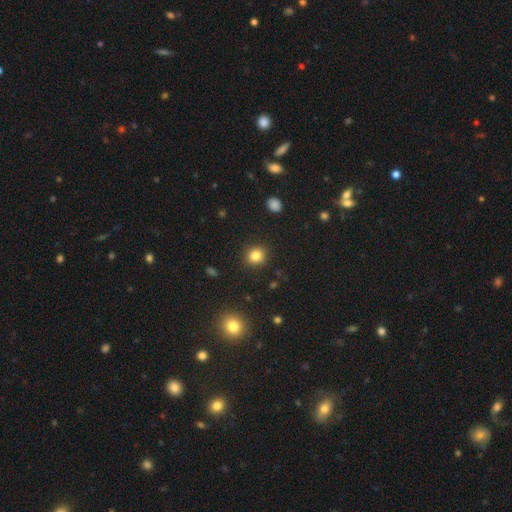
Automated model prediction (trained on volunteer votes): This is clearly a smooth galaxy (83%). How rounded: clearly round (84%). Merging: clearly none (90%).